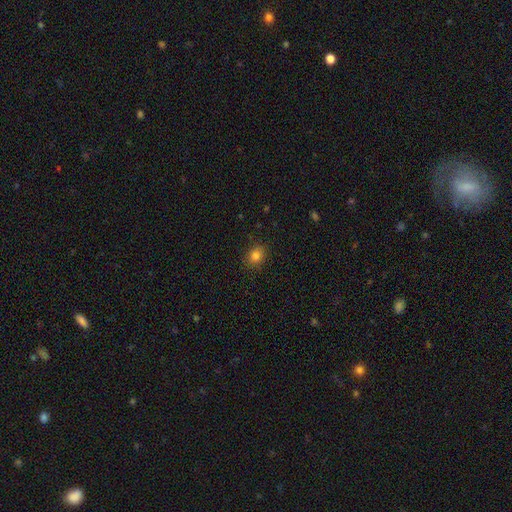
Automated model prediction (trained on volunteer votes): A smooth galaxy with no disk features (81%) that is round (55%).

Vote fractions:
- Smooth or featured? smooth: 81% / star or artifact: 13% / featured or disk: 6%
- How rounded? round: 55% / in between: 44% / cigar-shaped: 1%
- Merging? none: 88% / minor disturbance: 9% / major disturbance: 2% / merger: 1%